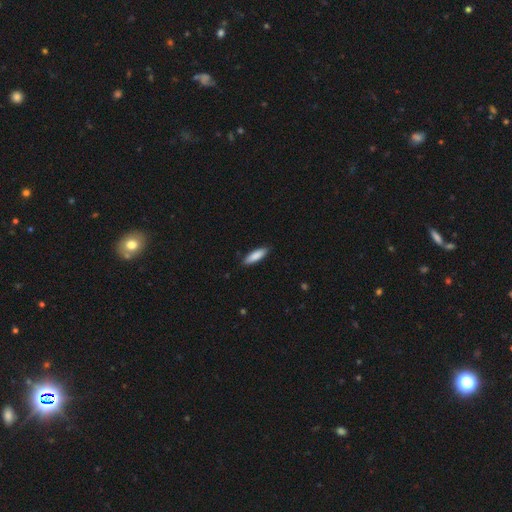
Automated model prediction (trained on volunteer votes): Overall: smooth (86%). How rounded: cigar-shaped (58%; in between 41%). Merging: none (87%).